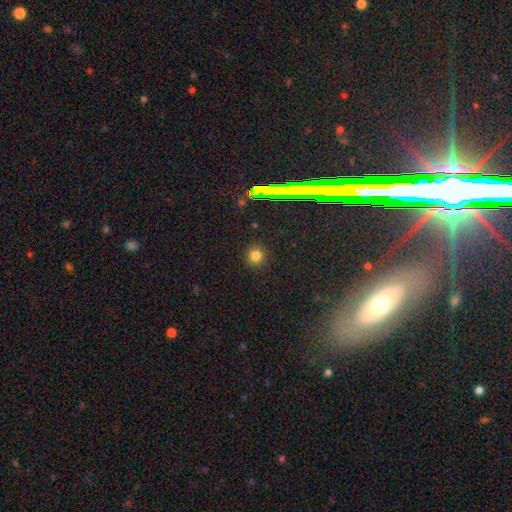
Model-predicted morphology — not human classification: Overall: smooth (78%). How rounded: round (92%). Merging: none (91%).